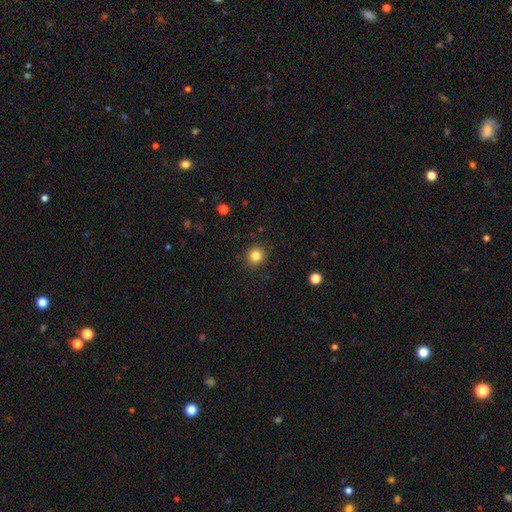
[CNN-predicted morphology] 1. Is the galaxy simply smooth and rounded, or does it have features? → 84% smooth, 11% star or artifact, 5% featured or disk.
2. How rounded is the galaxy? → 88% round, 11% in between, 1% cigar-shaped.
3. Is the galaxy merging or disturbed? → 89% none, 8% minor disturbance, 2% major disturbance, 1% merger.